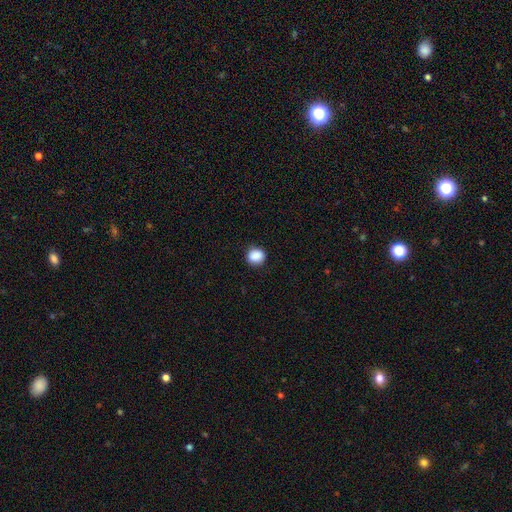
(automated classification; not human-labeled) smooth 89%, star or artifact 9%, featured or disk 3%. Down the decision tree: how rounded — round (79%); merging — none (88%).